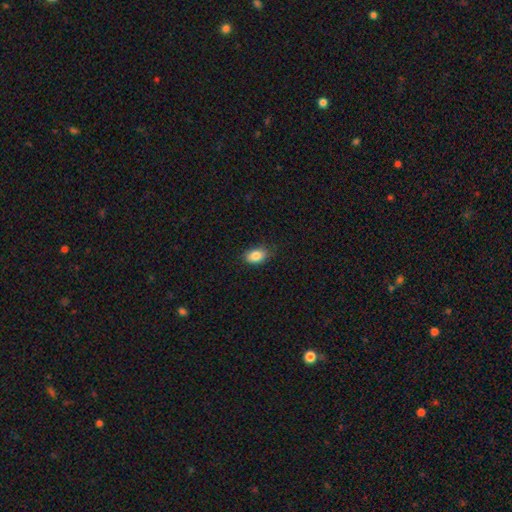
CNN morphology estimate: Smooth or featured? smooth (86%)
How rounded? in between (85%)
Merging? none (81%)